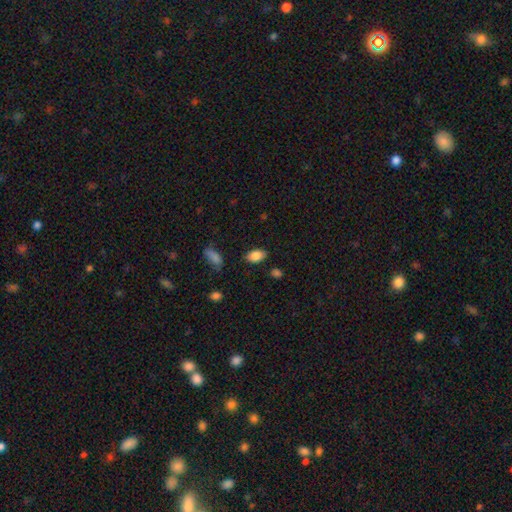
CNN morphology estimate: Smooth or featured: smooth — 86% (star or artifact — 8%)
How rounded: in between — 91% (round — 7%)
Merging: none — 83% (minor disturbance — 12%)